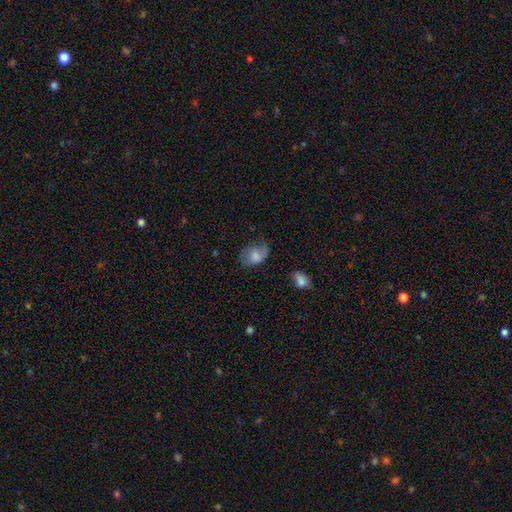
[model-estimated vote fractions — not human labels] smooth_or_featured: smooth (p=0.55) [alt: featured or disk p=0.37]
how_rounded: in between (p=0.71) [alt: round p=0.28]
merging: none (p=0.45) [alt: minor disturbance p=0.30]